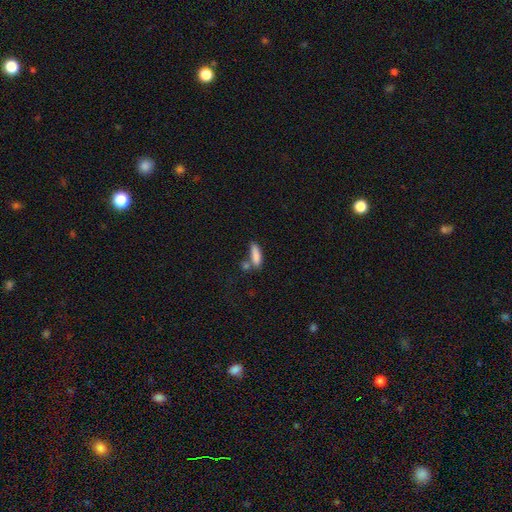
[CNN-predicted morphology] A smooth galaxy with no disk features (84%) that is cigar-shaped (56%). Merging: none (53%).